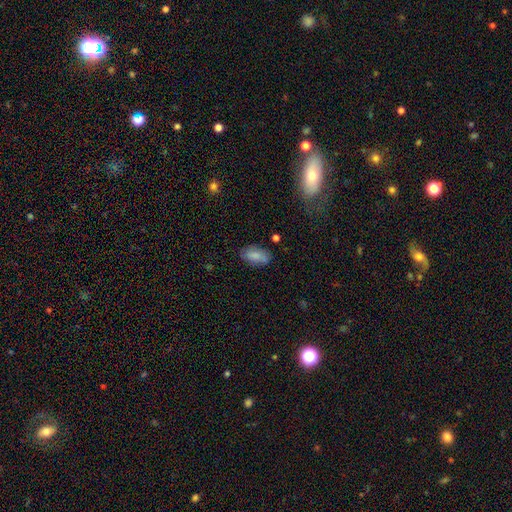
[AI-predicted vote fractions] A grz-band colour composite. It shows a smooth galaxy with no disk features (81%) that is in between round and cigar-shaped (91%). Merging: none (76%).